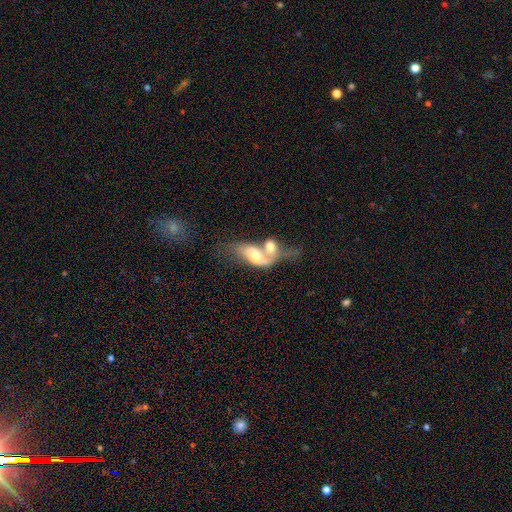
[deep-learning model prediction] A featured or disk galaxy (56%) with no bar (63%), spiral arms (66%) and a moderate central bulge (56%). Merging: merger (74%).